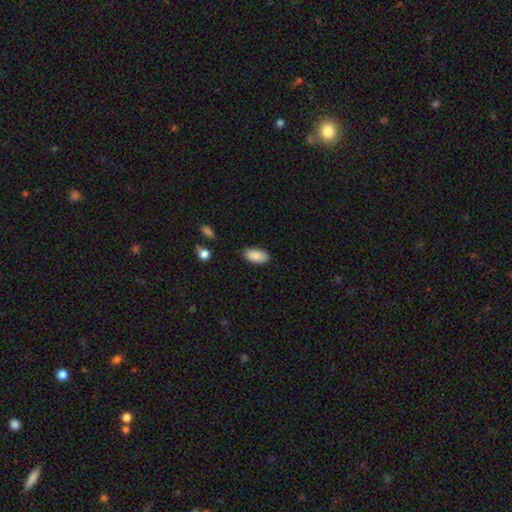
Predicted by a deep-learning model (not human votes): Smooth or featured: smooth — 88% (star or artifact — 7%)
How rounded: in between — 93% (cigar-shaped — 4%)
Merging: none — 84% (minor disturbance — 12%)